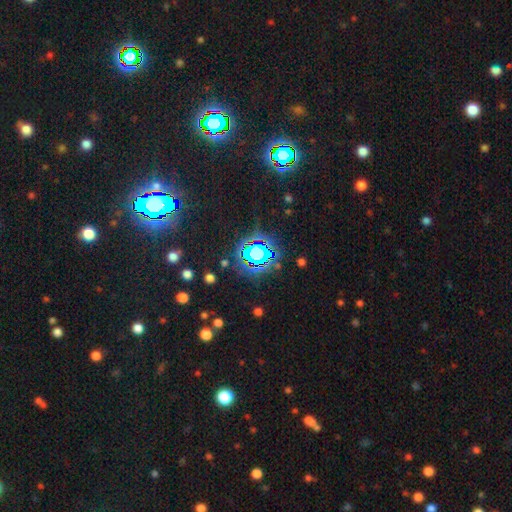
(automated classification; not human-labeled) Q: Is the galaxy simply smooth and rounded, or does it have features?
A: star or artifact — 71%.